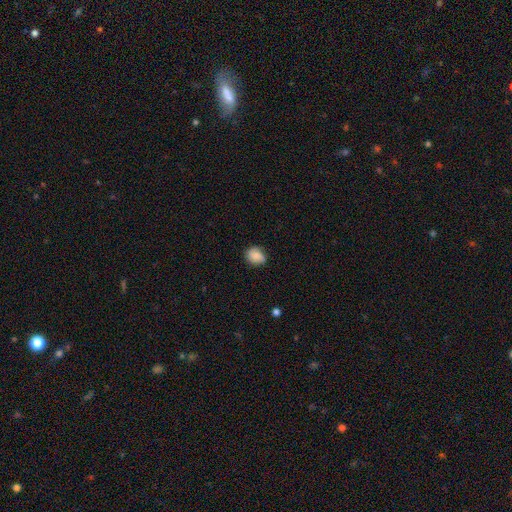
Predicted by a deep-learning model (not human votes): smooth-or-featured: smooth: 85% | star or artifact: 8% | featured or disk: 7%
  how-rounded: round: 58% | in between: 41% | cigar-shaped: 1%
  merging: none: 72% | minor disturbance: 23% | major disturbance: 4% | merger: 1%